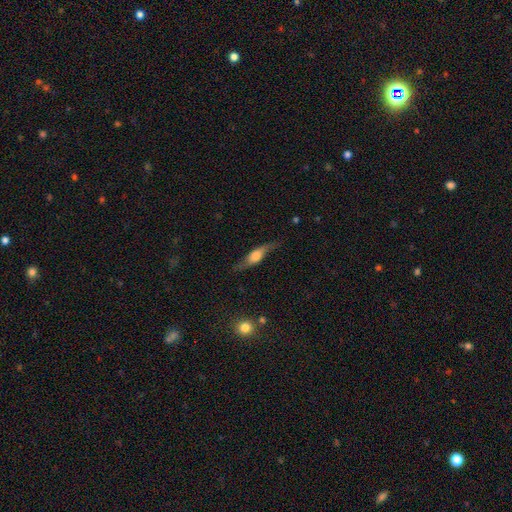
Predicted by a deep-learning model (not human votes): A featured or disk galaxy (56%) viewed edge-on (72%). Merging: none (72%).